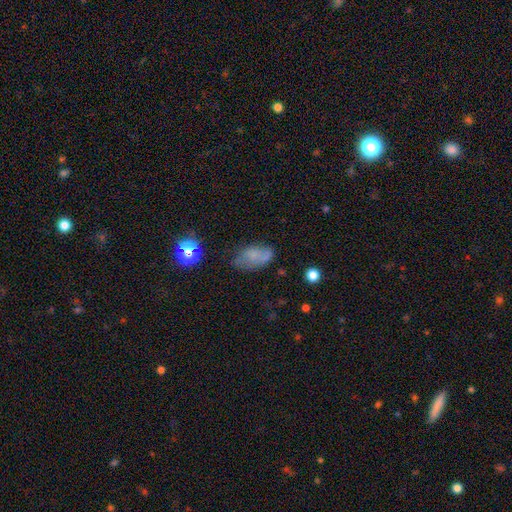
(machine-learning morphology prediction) smooth_or_featured: smooth (p=0.61) [alt: featured or disk p=0.25]
how_rounded: in between (p=0.90) [alt: round p=0.07]
merging: none (p=0.56) [alt: minor disturbance p=0.27]